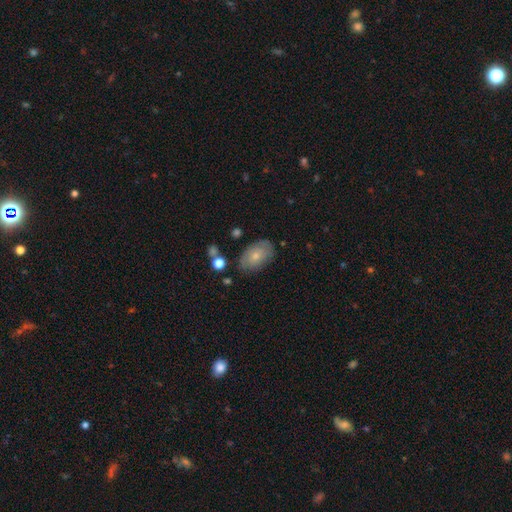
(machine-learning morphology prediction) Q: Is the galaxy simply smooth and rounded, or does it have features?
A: smooth — 68%.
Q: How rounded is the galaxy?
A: in between — 90%.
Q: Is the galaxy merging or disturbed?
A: none — 77%.